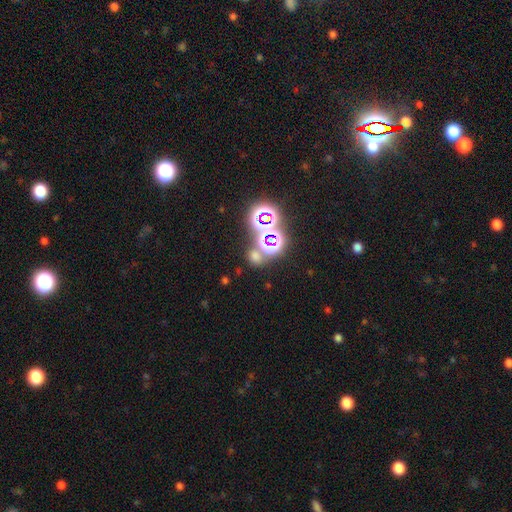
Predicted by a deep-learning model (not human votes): This appears to be a star or artifact, not a galaxy (49%).